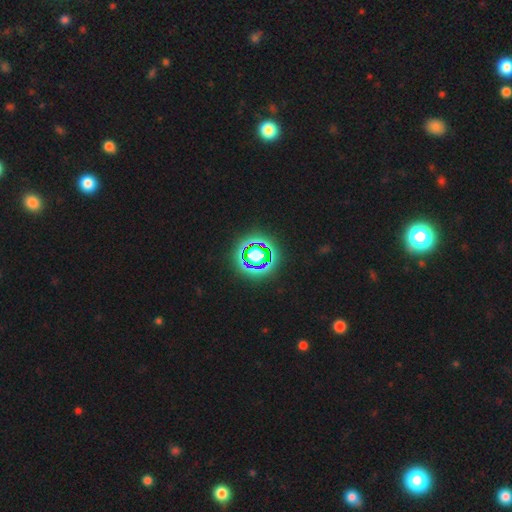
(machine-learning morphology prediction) Smooth or featured?
  - star or artifact: 60% *
  - smooth: 22%
  - featured or disk: 18%